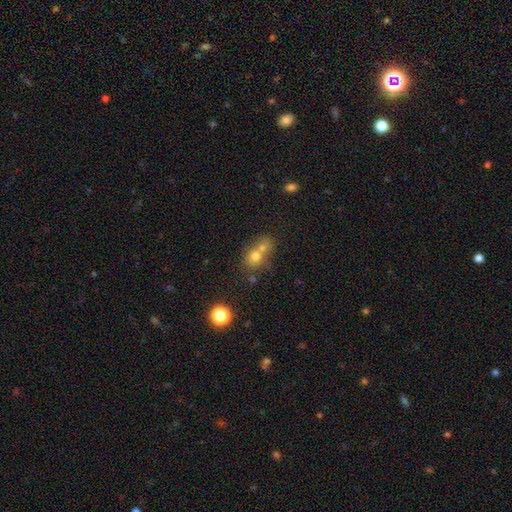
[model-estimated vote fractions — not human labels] Smooth or featured? smooth (68%)
How rounded? round (67%)
Merging? merger (57%)